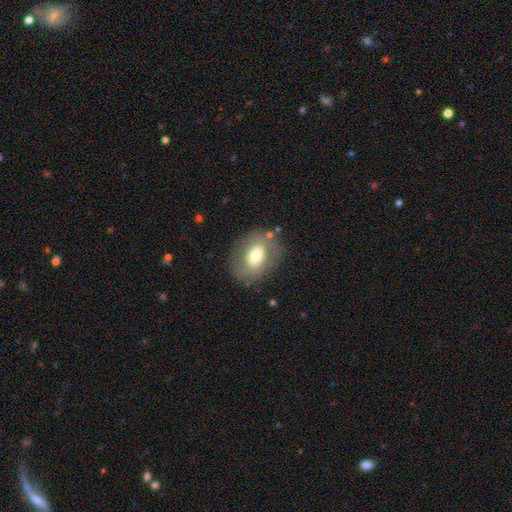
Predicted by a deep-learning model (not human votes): A smooth galaxy with no disk features (57%) that is in between round and cigar-shaped (62%).

Vote fractions:
- Smooth or featured? smooth: 57% / featured or disk: 35% / star or artifact: 8%
- How rounded? in between: 62% / round: 37% / cigar-shaped: 1%
- Merging? none: 76% / minor disturbance: 14% / major disturbance: 7% / merger: 3%